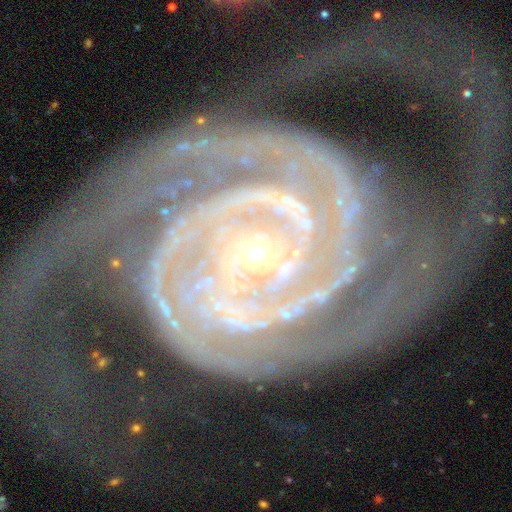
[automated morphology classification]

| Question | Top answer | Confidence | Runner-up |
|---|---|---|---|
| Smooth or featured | featured or disk | 94% | star or artifact (4%) |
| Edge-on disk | no | 98% | yes (2%) |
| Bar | no | 53% | weak (24%) |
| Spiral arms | yes | 99% | no (1%) |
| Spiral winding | tight | 63% | medium (30%) |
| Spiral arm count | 2 | 74% | 3 (9%) |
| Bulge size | small | 83% | moderate (13%) |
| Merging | none | 57% | major disturbance (23%) |